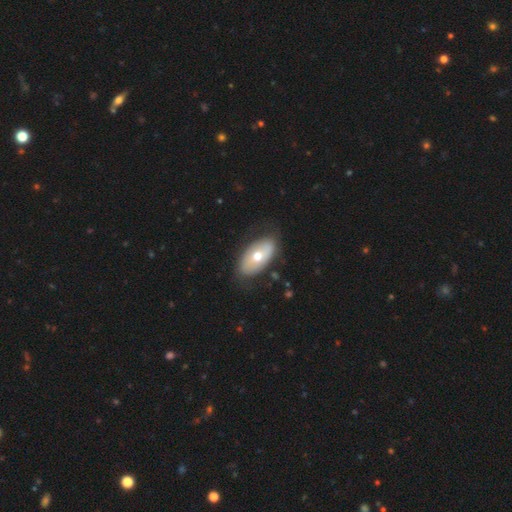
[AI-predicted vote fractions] Smooth or featured? Predicted: smooth (p=0.58). How rounded? Predicted: in between (p=0.93). Merging? Predicted: none (p=0.78).